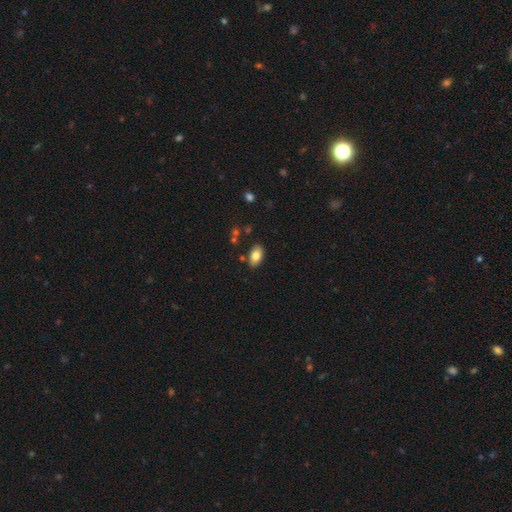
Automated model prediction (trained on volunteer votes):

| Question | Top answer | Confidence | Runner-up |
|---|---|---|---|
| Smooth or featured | smooth | 81% | featured or disk (11%) |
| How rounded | in between | 92% | round (7%) |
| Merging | none | 83% | minor disturbance (11%) |